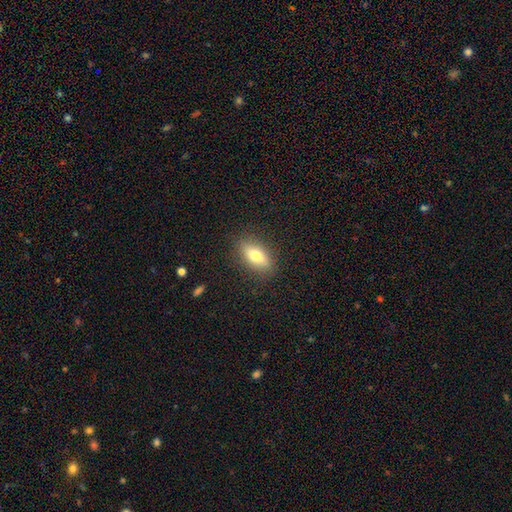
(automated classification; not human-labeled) Smooth or featured: smooth — 72% (featured or disk — 20%)
How rounded: in between — 77% (cigar-shaped — 18%)
Merging: none — 85% (minor disturbance — 10%)